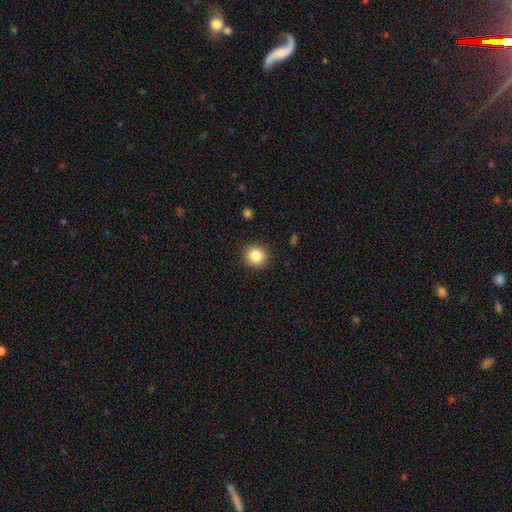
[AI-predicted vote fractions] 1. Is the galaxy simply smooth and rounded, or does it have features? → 85% smooth, 10% star or artifact, 5% featured or disk.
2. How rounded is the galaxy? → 93% round, 6% in between, 1% cigar-shaped.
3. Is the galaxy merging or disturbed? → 91% none, 6% minor disturbance, 2% major disturbance, 1% merger.